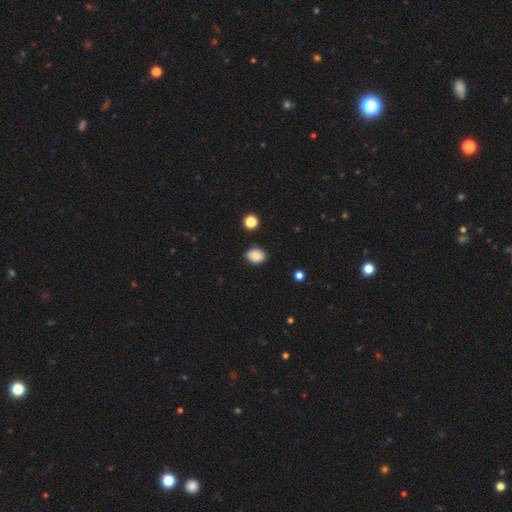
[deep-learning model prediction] smooth-or-featured: smooth: 86% | star or artifact: 9% | featured or disk: 5%
  how-rounded: in between: 65% | round: 34% | cigar-shaped: 1%
  merging: none: 85% | minor disturbance: 11% | major disturbance: 2% | merger: 2%